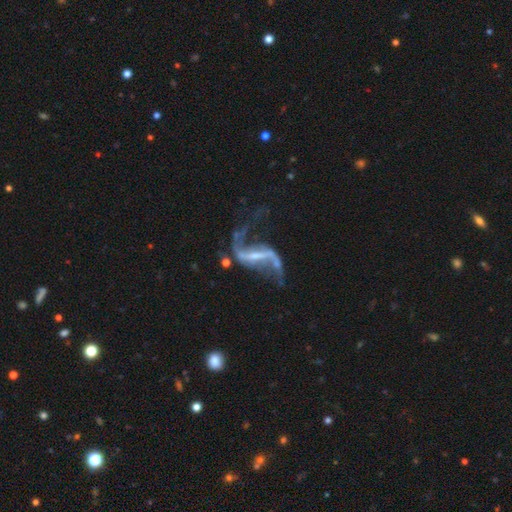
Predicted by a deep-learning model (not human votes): A featured or disk galaxy (89%) with a strong bar (55%), 2 (91%) loose (89%) spiral arms (93%) and a small central bulge (58%).

Vote fractions:
- Smooth or featured? featured or disk: 89% / star or artifact: 7% / smooth: 4%
- Edge-on disk? no: 94% / yes: 6%
- Bar? strong: 55% / weak: 32% / no: 13%
- Spiral arms? yes: 93% / no: 7%
- Spiral winding? loose: 89% / medium: 8% / tight: 2%
- Spiral arm count? 2: 91% / 1: 4% / can't tell: 2% / 3: 1% / 4: 1% / more than 4: 1%
- Bulge size? small: 58% / none: 24% / moderate: 16% / large: 2% / dominant: 1%
- Merging? none: 54% / major disturbance: 23% / minor disturbance: 16% / merger: 7%